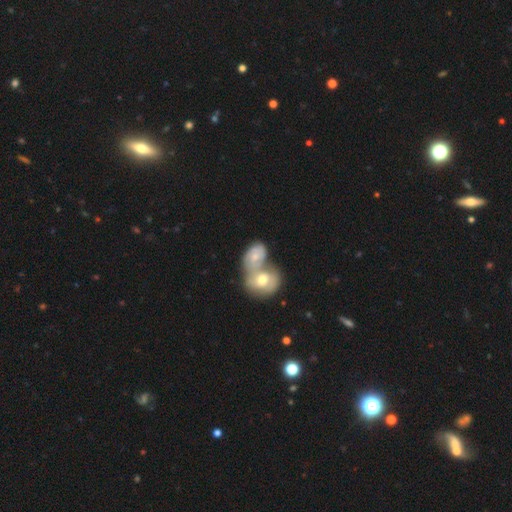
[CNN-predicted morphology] Smooth or featured? Predicted: featured or disk (p=0.48). Merging? Predicted: merger (p=0.72).